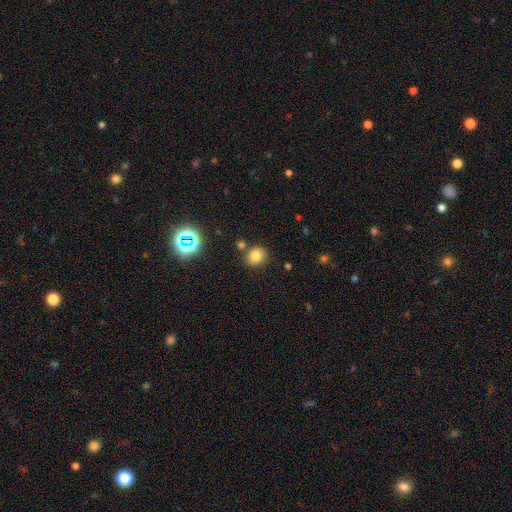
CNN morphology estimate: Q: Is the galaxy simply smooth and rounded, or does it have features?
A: smooth — 77%.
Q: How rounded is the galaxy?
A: round — 79%.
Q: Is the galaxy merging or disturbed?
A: none — 77%.